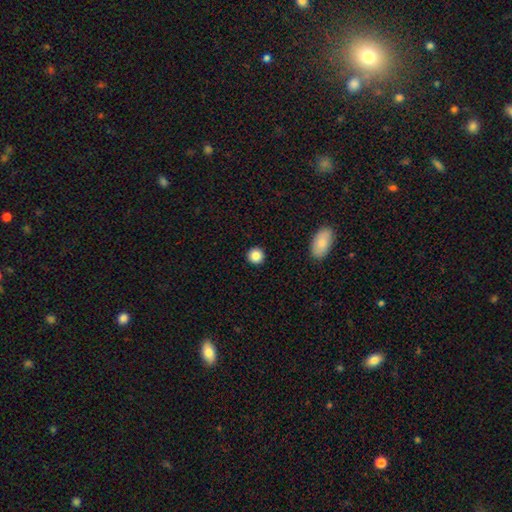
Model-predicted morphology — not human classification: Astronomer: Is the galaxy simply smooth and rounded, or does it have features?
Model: smooth — 86%.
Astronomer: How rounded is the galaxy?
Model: round — 95%.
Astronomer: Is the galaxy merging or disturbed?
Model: none — 93%.